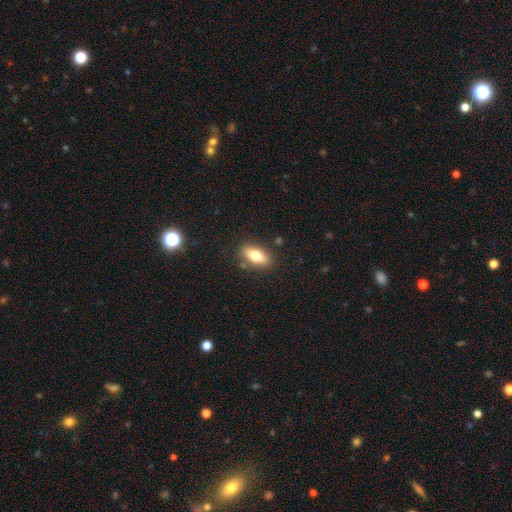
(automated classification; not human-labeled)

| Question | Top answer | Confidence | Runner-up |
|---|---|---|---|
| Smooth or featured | smooth | 76% | featured or disk (17%) |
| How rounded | in between | 85% | cigar-shaped (10%) |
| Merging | none | 83% | minor disturbance (11%) |